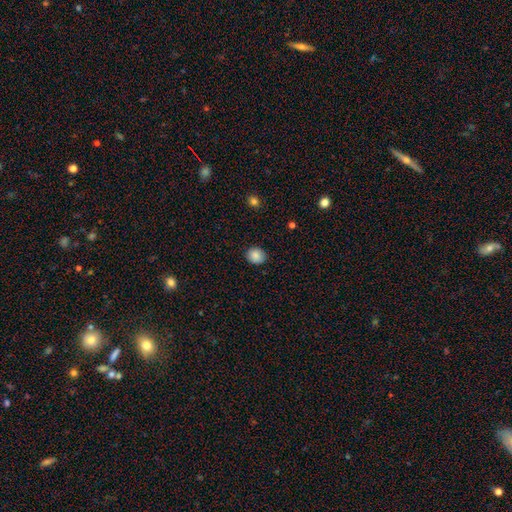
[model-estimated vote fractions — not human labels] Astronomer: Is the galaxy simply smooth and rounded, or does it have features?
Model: smooth — 87%.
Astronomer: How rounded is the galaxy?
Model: round — 64%.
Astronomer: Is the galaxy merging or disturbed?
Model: none — 88%.